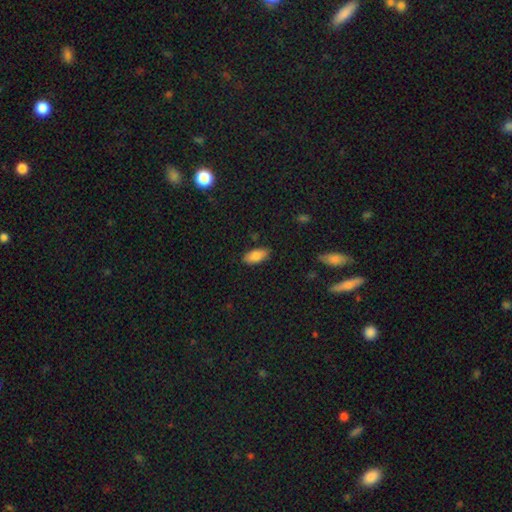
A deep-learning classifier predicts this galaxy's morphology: smooth 84%, featured or disk 9%, star or artifact 7%. Down the decision tree: how rounded — in between (89%); merging — none (85%).